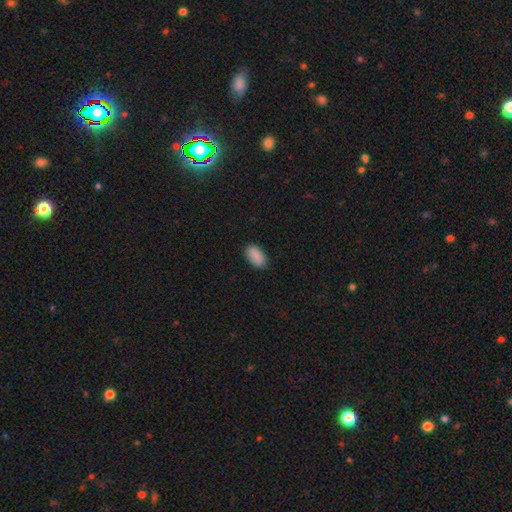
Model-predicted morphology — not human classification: Smooth or featured? smooth (89%)
How rounded? in between (94%)
Merging? none (85%)